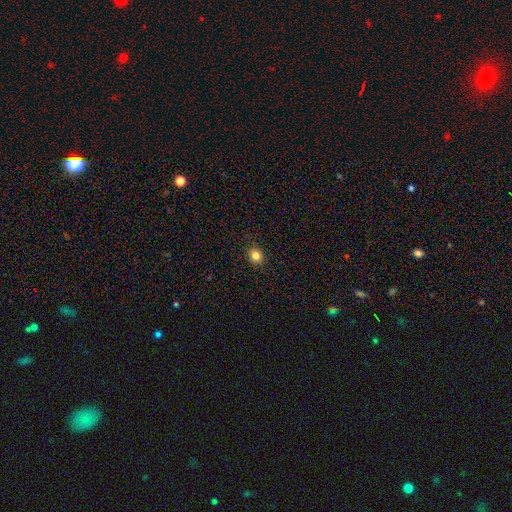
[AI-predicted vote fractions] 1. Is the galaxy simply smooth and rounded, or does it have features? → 83% smooth, 12% star or artifact, 5% featured or disk.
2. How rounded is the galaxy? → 78% round, 21% in between, 1% cigar-shaped.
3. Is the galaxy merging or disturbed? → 89% none, 8% minor disturbance, 2% major disturbance, 1% merger.